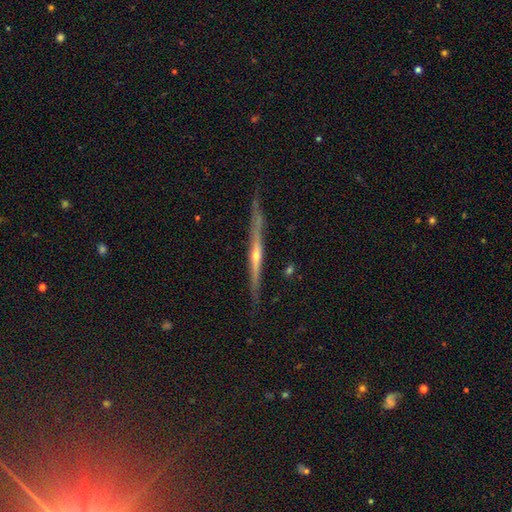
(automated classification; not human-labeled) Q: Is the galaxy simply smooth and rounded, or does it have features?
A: featured or disk — 81%.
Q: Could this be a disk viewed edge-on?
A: yes — 98%.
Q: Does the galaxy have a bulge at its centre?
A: rounded — 76%.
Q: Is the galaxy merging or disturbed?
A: none — 84%.